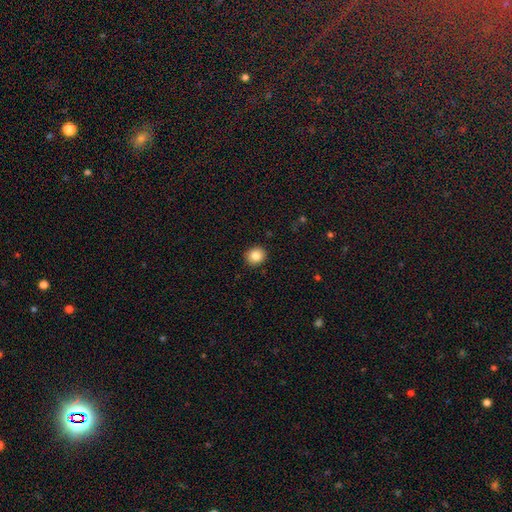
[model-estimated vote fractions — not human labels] A smooth galaxy with no disk features (84%) that is round (83%). Merging: none (92%).